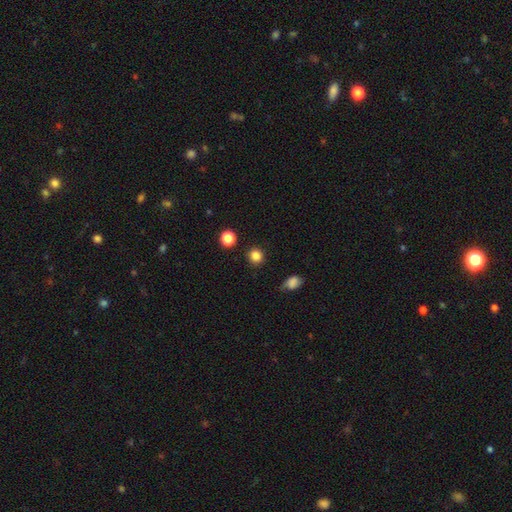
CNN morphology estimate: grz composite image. It shows a smooth galaxy with no disk features (84%) that is round (89%). Merging: none (89%).